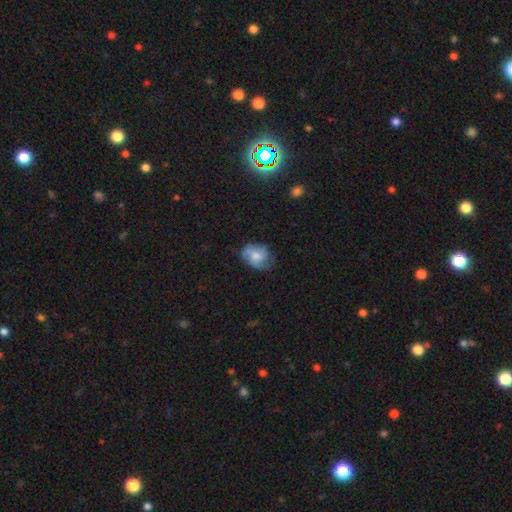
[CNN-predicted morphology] The model was most divided on "smooth or featured": smooth: 48%, featured or disk: 44%, star or artifact: 8%. More confident: merging — none (54%).